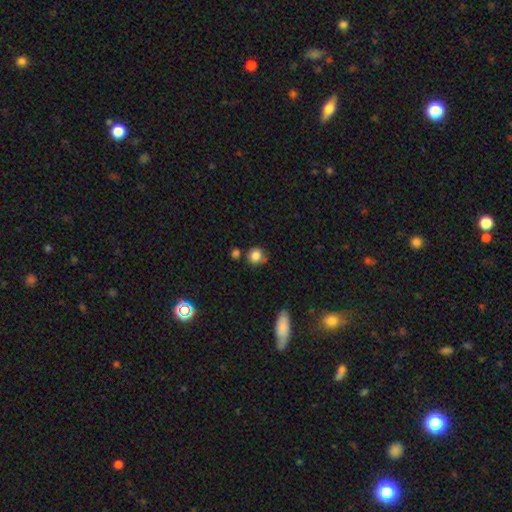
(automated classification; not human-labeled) Smooth or featured?
  - smooth: 83% *
  - star or artifact: 11%
  - featured or disk: 6%
How rounded?
  - round: 82% *
  - in between: 17%
  - cigar-shaped: 1%
Merging?
  - none: 65% *
  - minor disturbance: 20%
  - merger: 10%
  - major disturbance: 5%